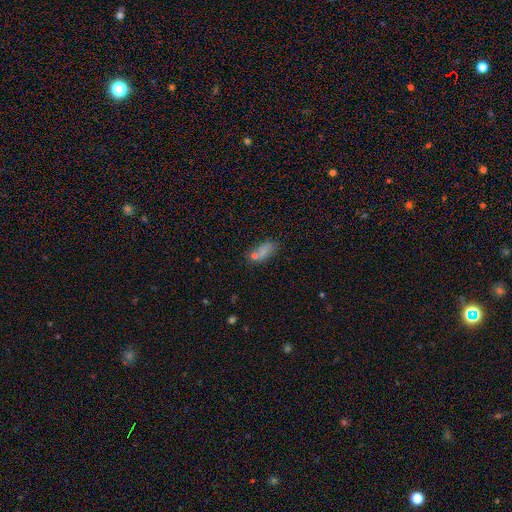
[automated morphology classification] type=smooth (71%); roundness=in between (77%); merging=none (56%).